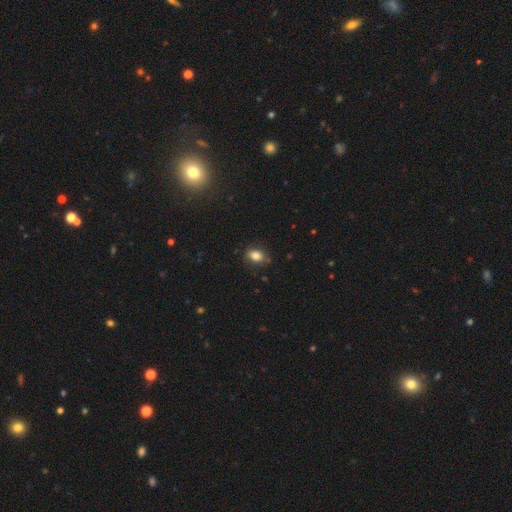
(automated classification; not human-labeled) This appears to be a smooth galaxy with no disk features (82%) that is in between round and cigar-shaped (74%). Merging: none (77%).